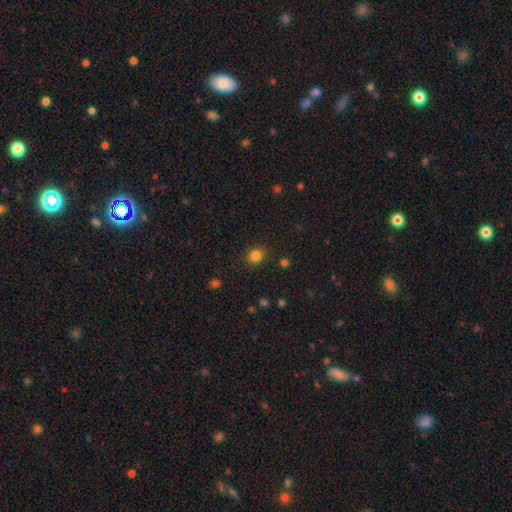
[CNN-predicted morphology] Overall: smooth (83%). How rounded: round (82%). Merging: none (88%).